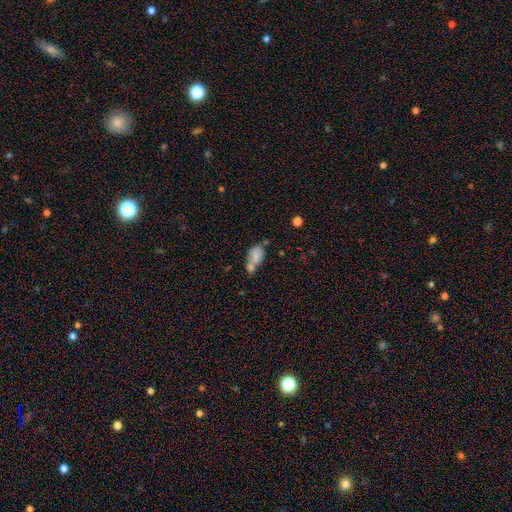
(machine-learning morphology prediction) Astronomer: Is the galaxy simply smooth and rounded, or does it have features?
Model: smooth — 69%.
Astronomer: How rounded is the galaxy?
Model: in between — 84%.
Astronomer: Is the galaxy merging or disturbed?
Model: merger — 52%.